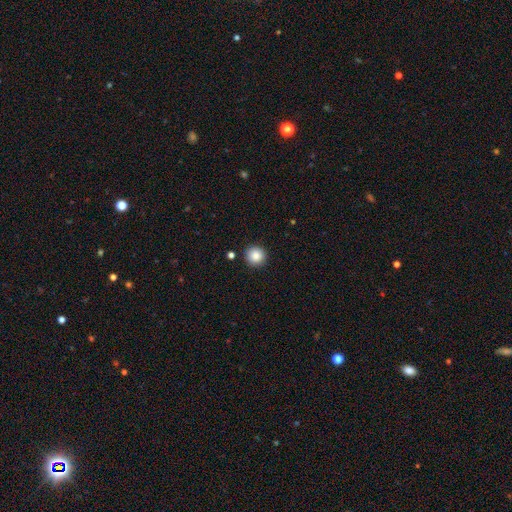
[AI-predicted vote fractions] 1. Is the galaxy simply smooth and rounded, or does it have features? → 87% smooth, 9% star or artifact, 4% featured or disk.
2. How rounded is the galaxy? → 94% round, 5% in between, 1% cigar-shaped.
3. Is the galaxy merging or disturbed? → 91% none, 6% minor disturbance, 2% merger, 2% major disturbance.